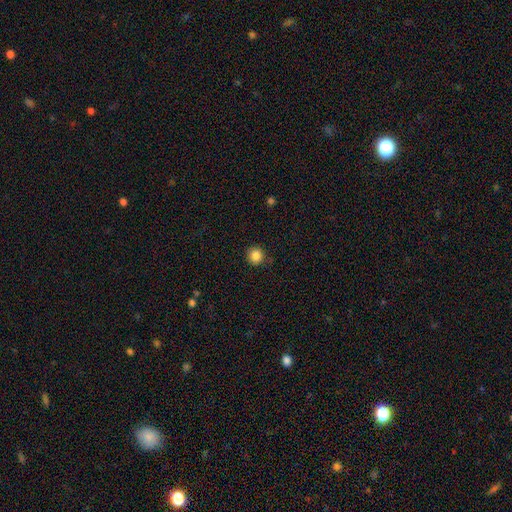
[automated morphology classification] smooth 86%, star or artifact 10%, featured or disk 4%. Down the decision tree: how rounded — round (94%); merging — none (89%).